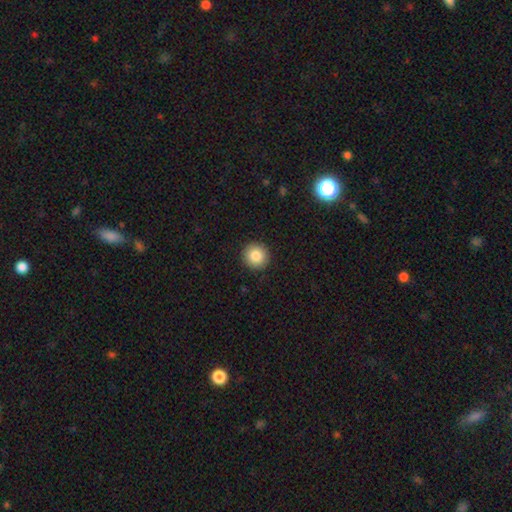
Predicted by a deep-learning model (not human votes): Overall: smooth (84%). How rounded: round (95%). Merging: none (92%).